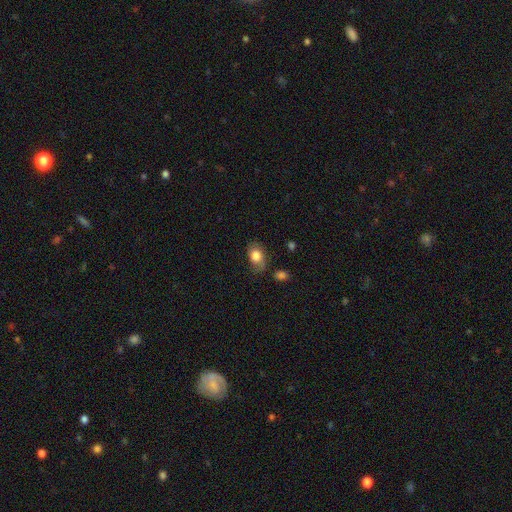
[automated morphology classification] Smooth or featured: smooth — 77% (featured or disk — 15%)
How rounded: in between — 81% (round — 18%)
Merging: none — 64% (minor disturbance — 26%)